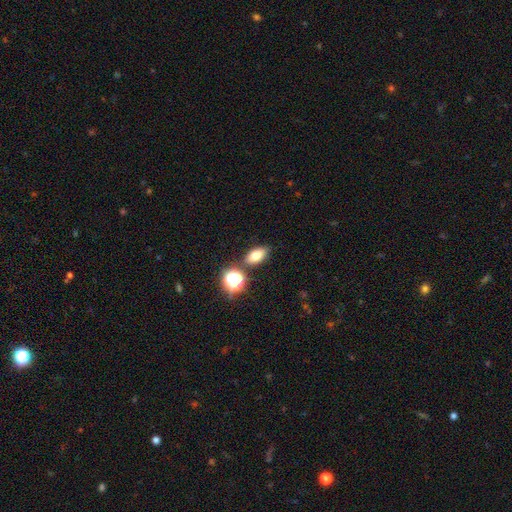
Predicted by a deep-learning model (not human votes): Overall: smooth (72%). How rounded: in between (79%). Merging: none (80%).